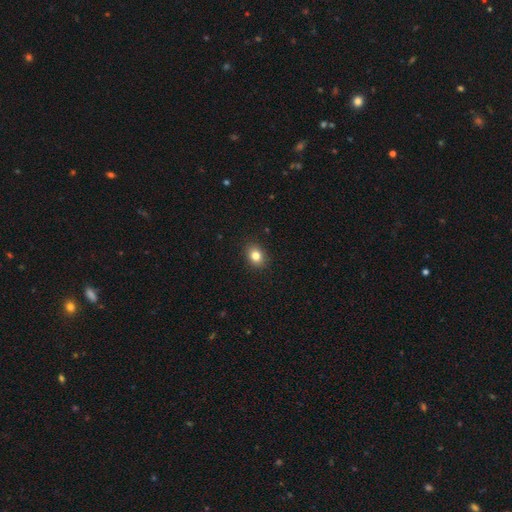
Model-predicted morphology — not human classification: Smooth or featured: smooth — 82% (star or artifact — 11%)
How rounded: round — 51% (in between — 48%)
Merging: none — 90% (minor disturbance — 7%)